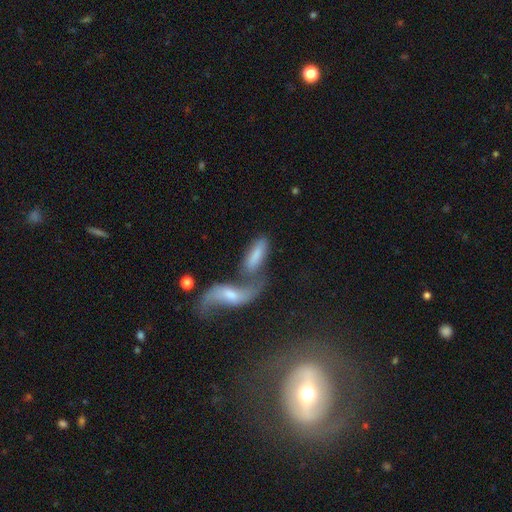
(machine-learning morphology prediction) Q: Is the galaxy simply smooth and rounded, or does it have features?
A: smooth — 70%.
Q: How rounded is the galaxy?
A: in between — 62%.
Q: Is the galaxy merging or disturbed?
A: merger — 56%.